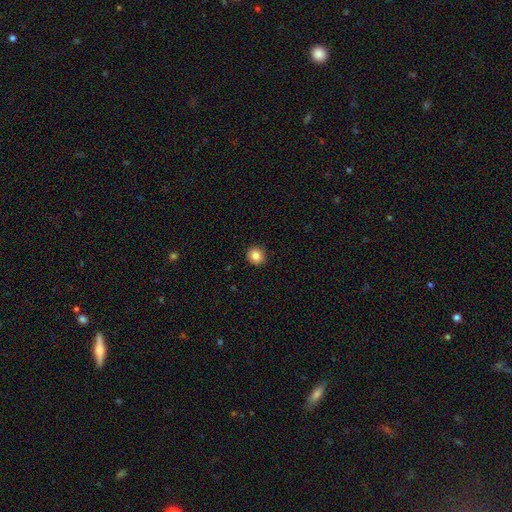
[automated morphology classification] smooth-or-featured: smooth: 84% | star or artifact: 10% | featured or disk: 6%
  how-rounded: round: 89% | in between: 10% | cigar-shaped: 1%
  merging: none: 91% | minor disturbance: 6% | major disturbance: 2% | merger: 1%